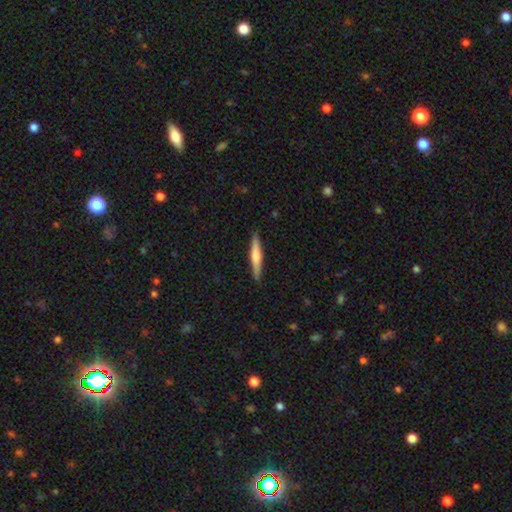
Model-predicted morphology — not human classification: This is possibly a smooth galaxy (48%). Merging: clearly none (90%).